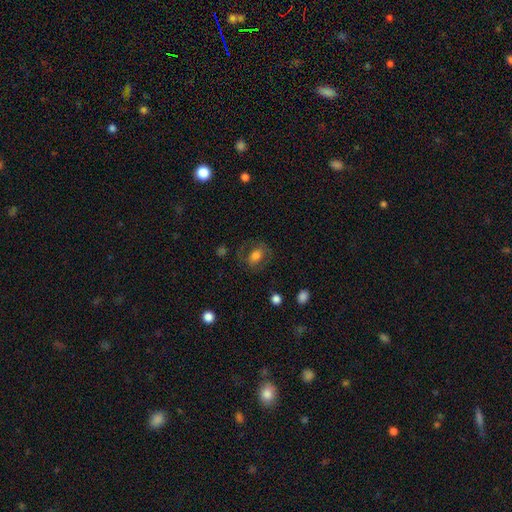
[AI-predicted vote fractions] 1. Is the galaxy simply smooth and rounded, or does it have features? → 64% smooth, 26% featured or disk, 9% star or artifact.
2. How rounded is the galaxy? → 59% in between, 40% round, 1% cigar-shaped.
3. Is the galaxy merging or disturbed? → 70% none, 16% minor disturbance, 13% major disturbance, 2% merger.